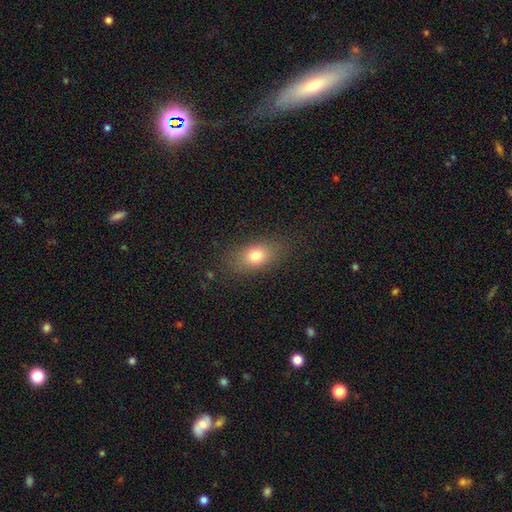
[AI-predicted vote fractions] The model was most divided on "how rounded": in between: 73%, round: 22%, cigar-shaped: 5%. More confident: merging — none (81%); smooth or featured — smooth (77%).